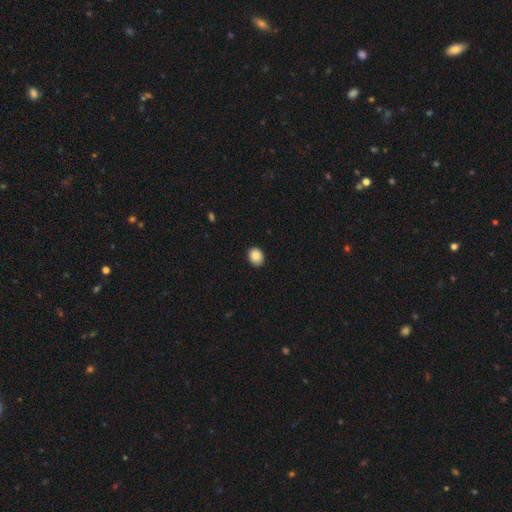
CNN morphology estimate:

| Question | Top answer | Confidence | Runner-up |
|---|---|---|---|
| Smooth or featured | smooth | 87% | star or artifact (8%) |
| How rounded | round | 53% | in between (46%) |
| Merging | none | 91% | minor disturbance (7%) |